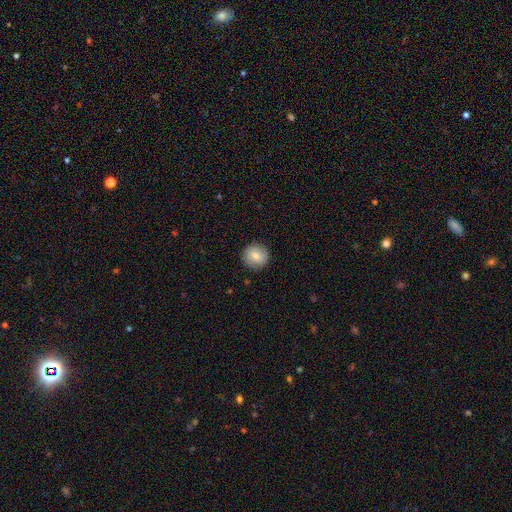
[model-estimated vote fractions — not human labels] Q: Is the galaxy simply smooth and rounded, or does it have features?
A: smooth — 74%.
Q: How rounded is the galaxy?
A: round — 92%.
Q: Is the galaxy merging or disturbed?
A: none — 88%.